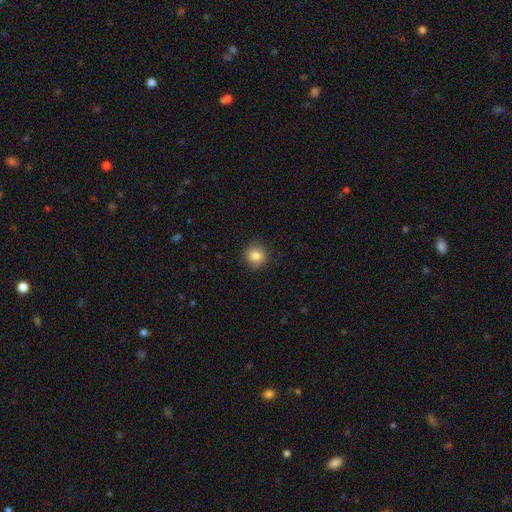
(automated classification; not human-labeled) The model was most divided on "smooth or featured": smooth: 84%, star or artifact: 10%, featured or disk: 6%. More confident: how rounded — round (91%); merging — none (91%).